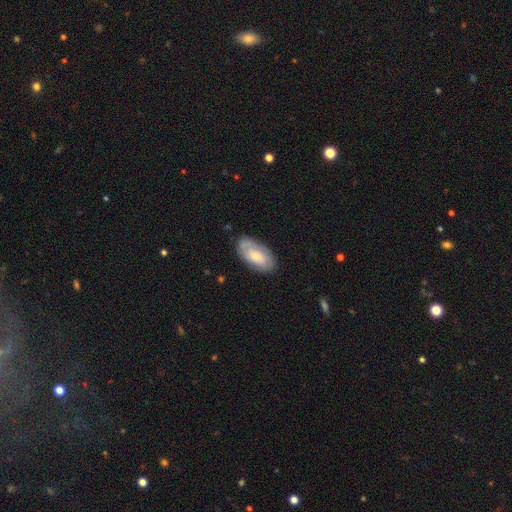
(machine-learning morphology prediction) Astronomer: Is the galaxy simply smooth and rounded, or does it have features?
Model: smooth — 60%.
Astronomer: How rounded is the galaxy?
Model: in between — 94%.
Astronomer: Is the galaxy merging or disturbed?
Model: none — 76%.